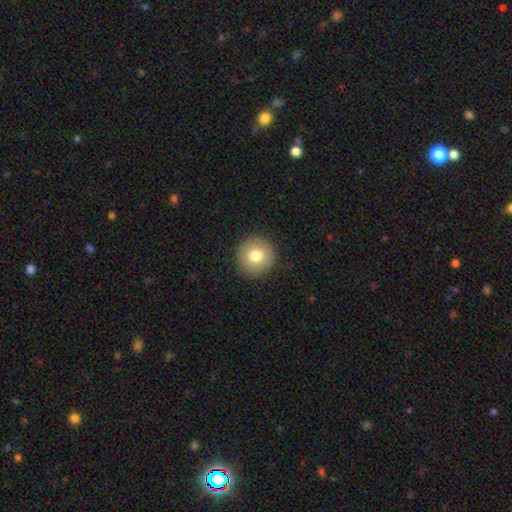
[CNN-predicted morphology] This appears to be a smooth galaxy with no disk features (77%) that is round (96%). Merging: none (92%).